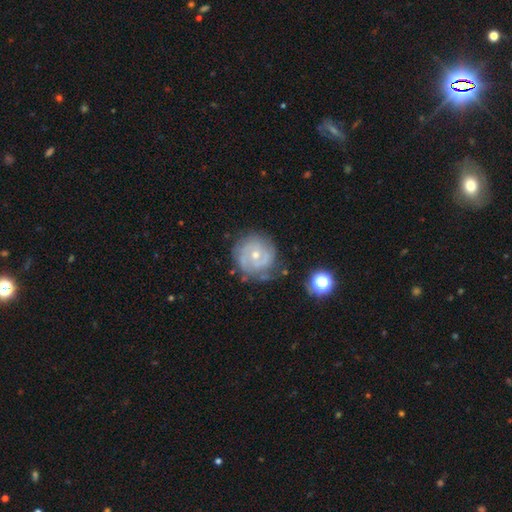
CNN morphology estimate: A featured or disk galaxy (77%) with no bar (65%), 2 (49%) tight (63%) spiral arms (87%) and a moderate central bulge (50%). Merging: none (70%).